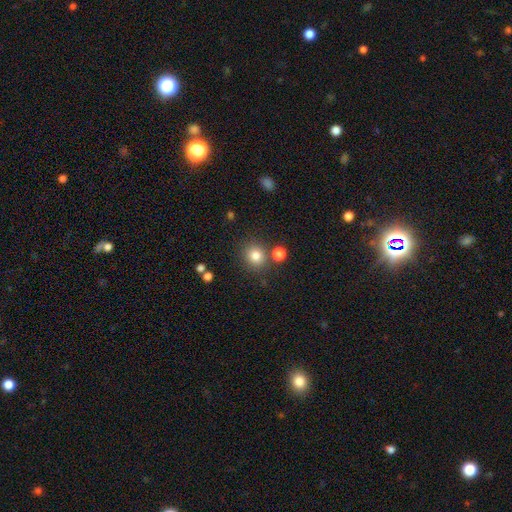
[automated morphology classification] Q: Smooth or featured?
A: smooth (81%); runner-up: star or artifact (12%)
Q: How rounded?
A: round (84%); runner-up: in between (15%)
Q: Merging?
A: none (79%); runner-up: merger (9%)